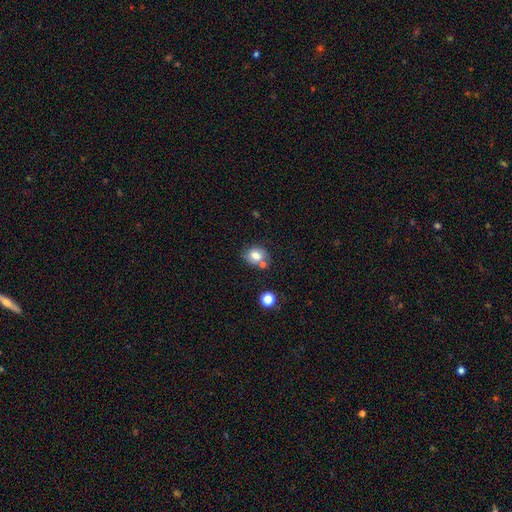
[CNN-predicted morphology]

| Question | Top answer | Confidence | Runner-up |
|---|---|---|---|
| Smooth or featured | smooth | 77% | featured or disk (12%) |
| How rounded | round | 63% | in between (36%) |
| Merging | none | 62% | merger (19%) |